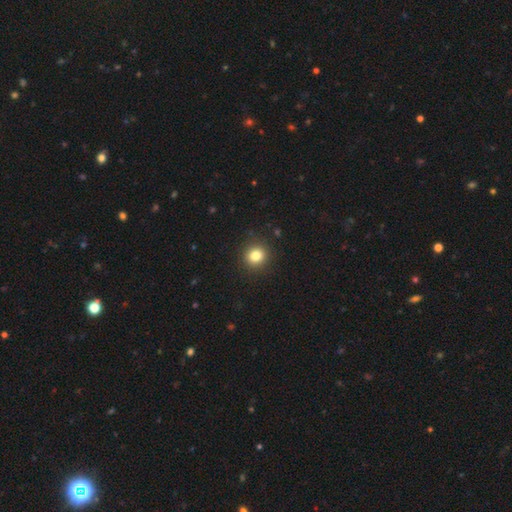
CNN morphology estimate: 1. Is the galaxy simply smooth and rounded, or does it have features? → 81% smooth, 12% star or artifact, 6% featured or disk.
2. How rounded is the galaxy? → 89% round, 11% in between, 1% cigar-shaped.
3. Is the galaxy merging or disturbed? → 91% none, 6% minor disturbance, 2% major disturbance, 1% merger.